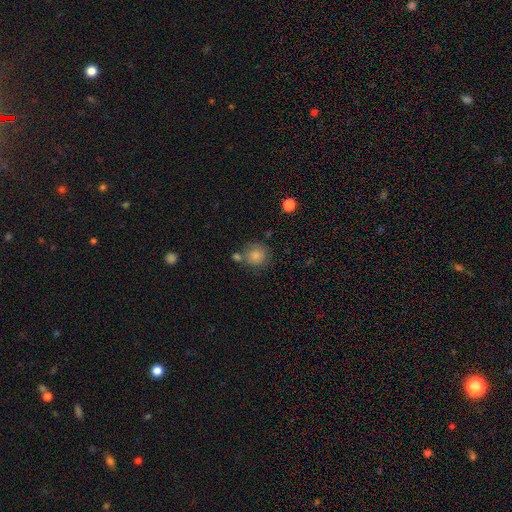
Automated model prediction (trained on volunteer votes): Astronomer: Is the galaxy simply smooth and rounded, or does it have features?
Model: smooth — 84%.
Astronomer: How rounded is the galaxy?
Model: round — 88%.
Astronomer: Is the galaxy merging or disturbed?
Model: none — 64%.